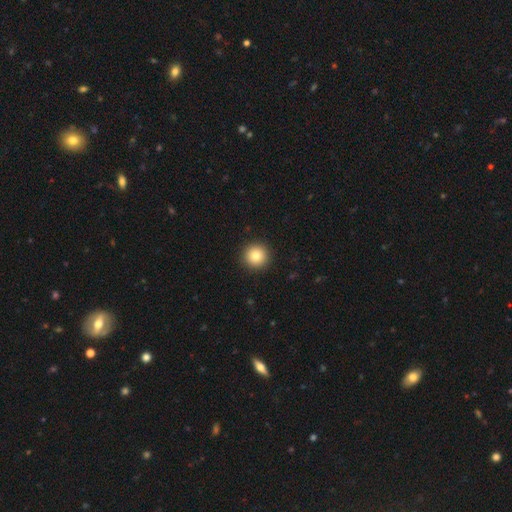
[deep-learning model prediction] smooth_or_featured: smooth (p=0.84) [alt: star or artifact p=0.10]
how_rounded: round (p=0.96) [alt: in between p=0.03]
merging: none (p=0.93) [alt: minor disturbance p=0.04]